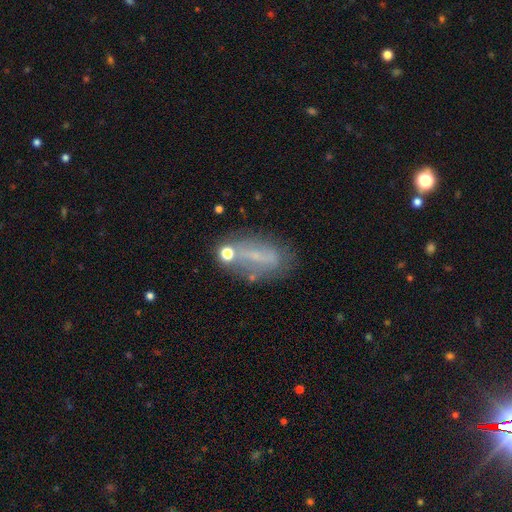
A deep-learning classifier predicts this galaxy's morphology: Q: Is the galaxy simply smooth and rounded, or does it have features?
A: featured or disk — 45%.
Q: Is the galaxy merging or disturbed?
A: none — 56%.